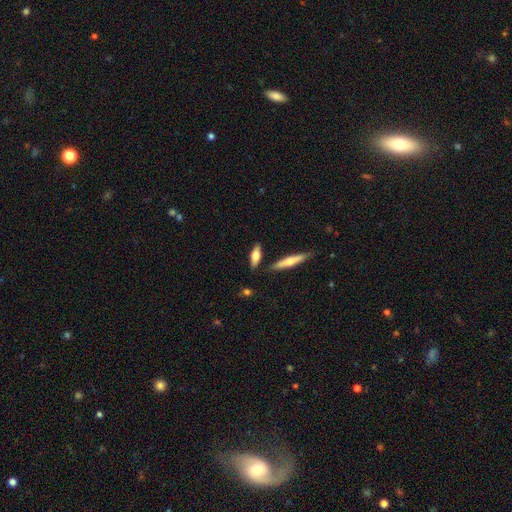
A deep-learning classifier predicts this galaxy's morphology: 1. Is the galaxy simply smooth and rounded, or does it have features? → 62% smooth, 32% featured or disk, 6% star or artifact.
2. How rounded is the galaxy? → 52% in between, 45% cigar-shaped, 3% round.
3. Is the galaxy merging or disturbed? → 81% none, 11% minor disturbance, 5% merger, 3% major disturbance.